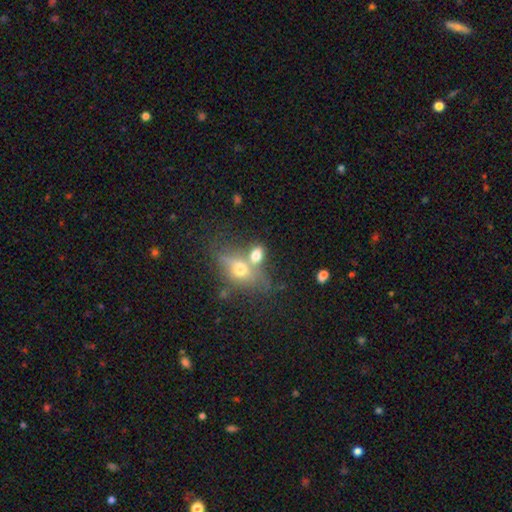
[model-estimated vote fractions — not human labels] Smooth or featured: smooth — 68% (featured or disk — 20%)
How rounded: in between — 77% (round — 19%)
Merging: merger — 51% (none — 31%)